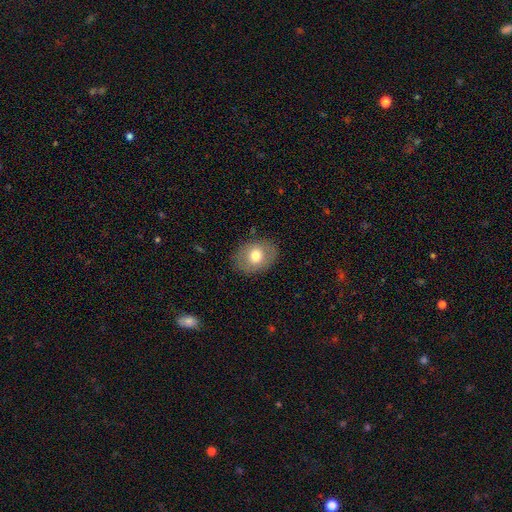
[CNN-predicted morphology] smooth-or-featured: smooth: 70% | featured or disk: 23% | star or artifact: 8%
  how-rounded: in between: 63% | round: 36% | cigar-shaped: 1%
  merging: none: 83% | minor disturbance: 12% | major disturbance: 4% | merger: 1%